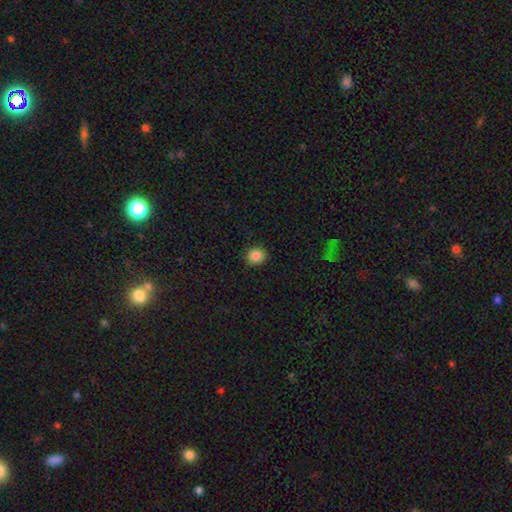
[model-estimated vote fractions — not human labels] Q: Smooth or featured?
A: smooth (85%); runner-up: star or artifact (10%)
Q: How rounded?
A: round (86%); runner-up: in between (14%)
Q: Merging?
A: none (90%); runner-up: minor disturbance (7%)